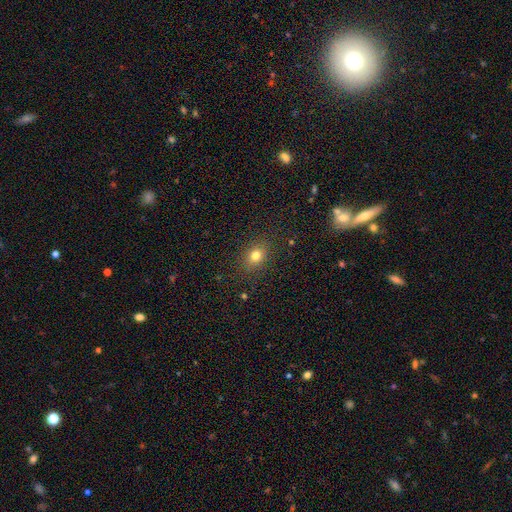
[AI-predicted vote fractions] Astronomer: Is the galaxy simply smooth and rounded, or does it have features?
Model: smooth — 79%.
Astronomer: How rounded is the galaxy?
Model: in between — 57% (runner-up: round, 42%).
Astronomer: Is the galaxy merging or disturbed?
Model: none — 87%.